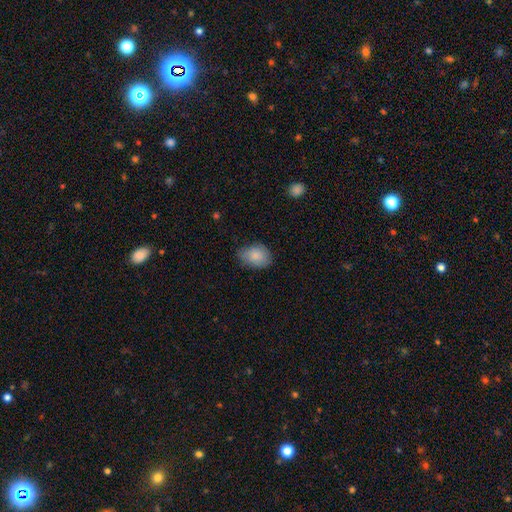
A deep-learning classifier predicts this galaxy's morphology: Smooth or featured: smooth — 83% (featured or disk — 10%)
How rounded: in between — 73% (round — 26%)
Merging: none — 67% (minor disturbance — 27%)